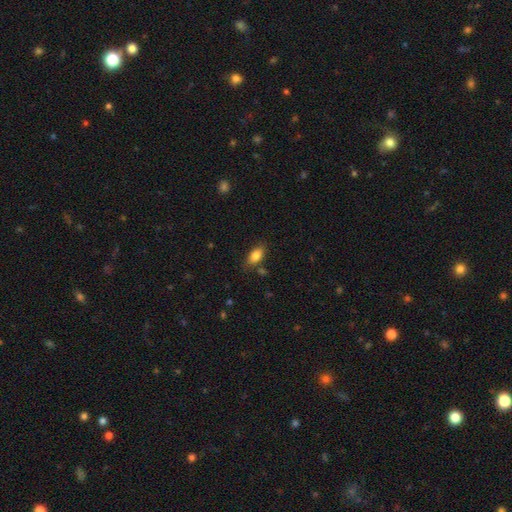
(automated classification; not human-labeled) smooth_or_featured: smooth (p=0.83) [alt: featured or disk p=0.09]
how_rounded: in between (p=0.87) [alt: cigar-shaped p=0.08]
merging: none (p=0.76) [alt: minor disturbance p=0.16]